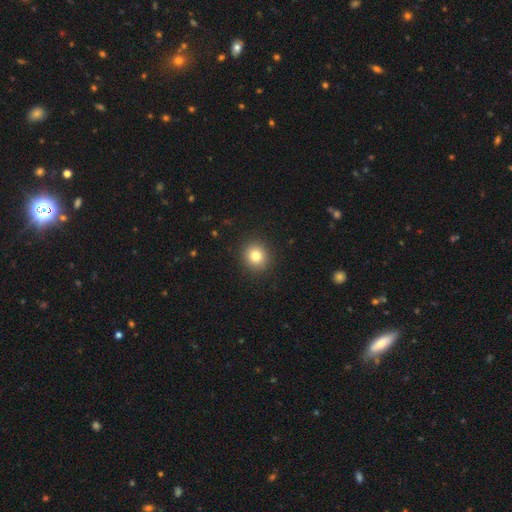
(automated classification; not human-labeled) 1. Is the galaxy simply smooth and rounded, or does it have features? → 80% smooth, 12% star or artifact, 8% featured or disk.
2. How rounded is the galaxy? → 90% round, 9% in between, 1% cigar-shaped.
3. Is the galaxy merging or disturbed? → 92% none, 5% minor disturbance, 2% major disturbance, 1% merger.